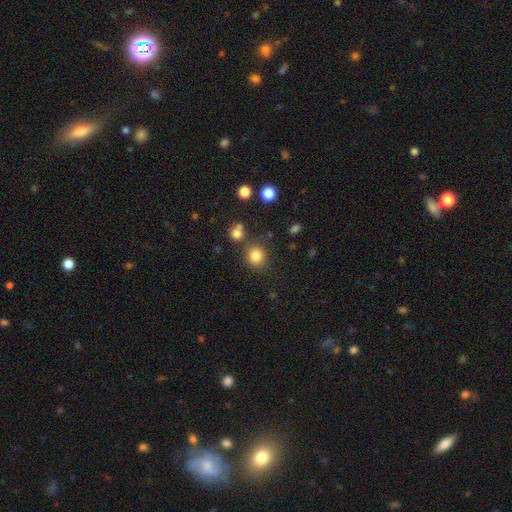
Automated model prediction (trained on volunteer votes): This appears to be a smooth galaxy with no disk features (83%) that is round (87%). Merging: none (79%).